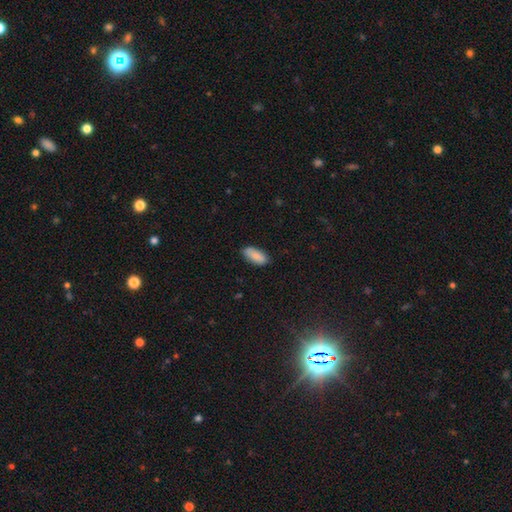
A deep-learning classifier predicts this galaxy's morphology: This appears to be a smooth galaxy with no disk features (85%) that is in between round and cigar-shaped (83%). Merging: none (85%).